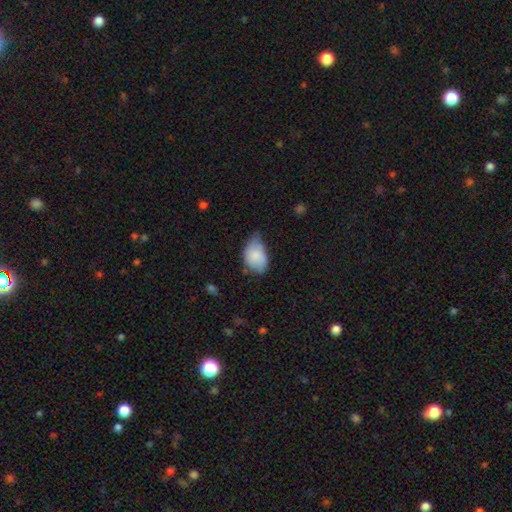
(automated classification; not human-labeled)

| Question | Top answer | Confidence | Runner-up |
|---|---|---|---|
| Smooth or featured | smooth | 80% | featured or disk (13%) |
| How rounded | in between | 84% | round (15%) |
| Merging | minor disturbance | 51% | none (32%) |